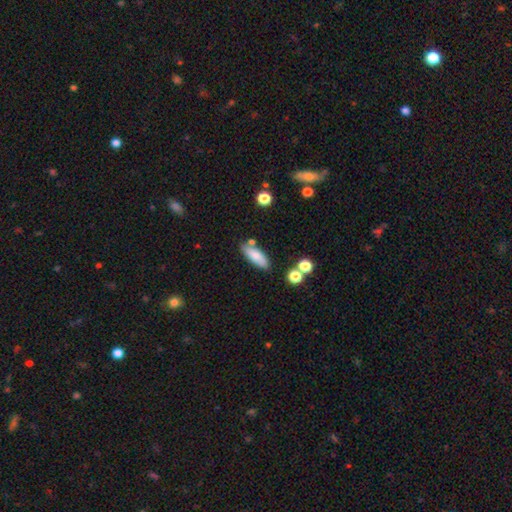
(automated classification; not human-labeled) This appears to be a smooth galaxy with no disk features (80%) that is in between round and cigar-shaped (65%). Merging: none (74%).